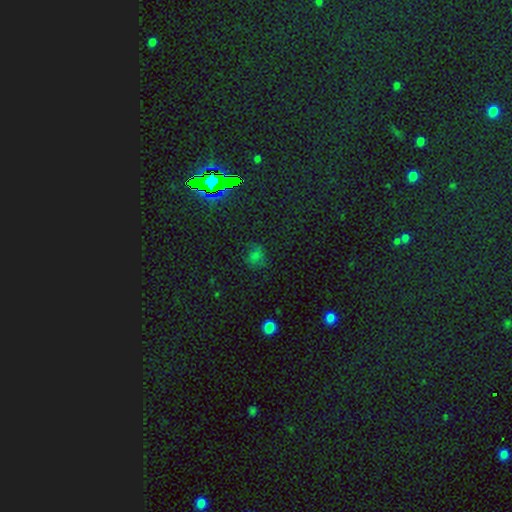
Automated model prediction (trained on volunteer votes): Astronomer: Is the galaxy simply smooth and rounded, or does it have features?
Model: smooth — 53% (runner-up: star or artifact, 38%).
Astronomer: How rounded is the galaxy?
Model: round — 64%.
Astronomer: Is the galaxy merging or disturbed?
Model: none — 68%.